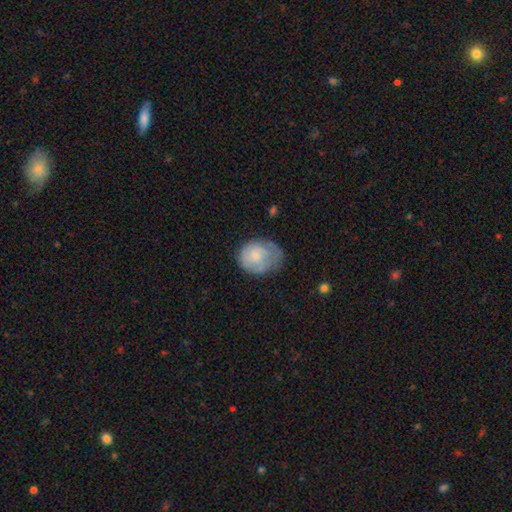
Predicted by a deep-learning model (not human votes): Smooth or featured?
  - smooth: 55% *
  - featured or disk: 39%
  - star or artifact: 6%
How rounded?
  - round: 53% *
  - in between: 46%
  - cigar-shaped: 1%
Merging?
  - none: 46% *
  - minor disturbance: 35%
  - major disturbance: 17%
  - merger: 2%